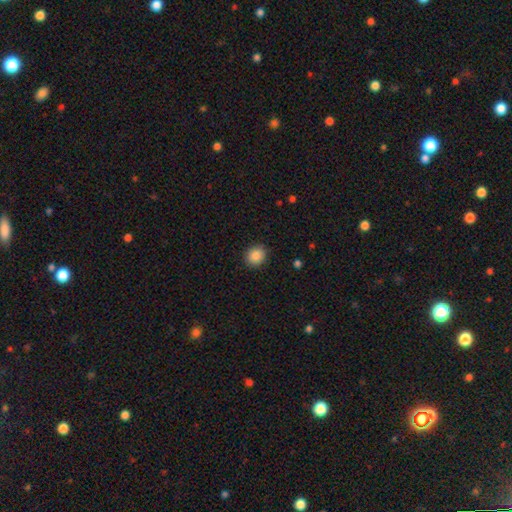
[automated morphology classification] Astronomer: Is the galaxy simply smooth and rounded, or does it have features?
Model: smooth — 88%.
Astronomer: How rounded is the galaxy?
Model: round — 74%.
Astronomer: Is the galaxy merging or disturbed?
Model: none — 90%.